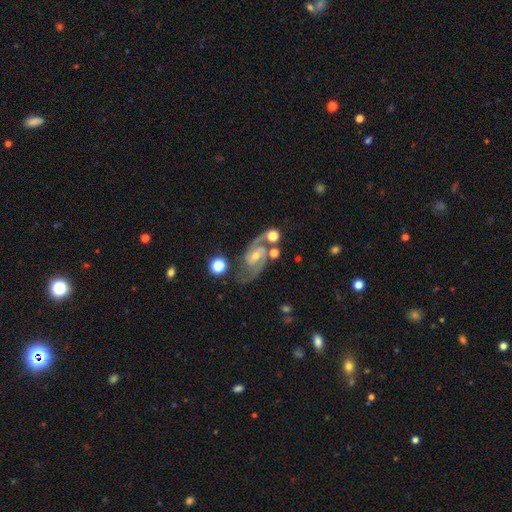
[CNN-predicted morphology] Smooth or featured? featured or disk (89%)
Edge-on disk? no (97%)
Bar? weak (45%)
Spiral arms? yes (98%)
Spiral winding? medium (58%)
Spiral arm count? 2 (91%)
Bulge size? small (50%)
Merging? none (68%)